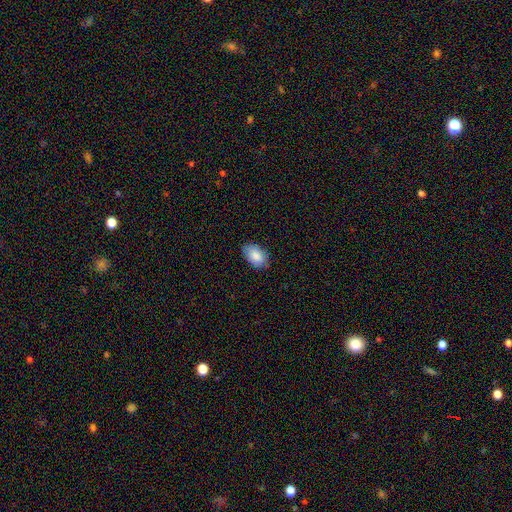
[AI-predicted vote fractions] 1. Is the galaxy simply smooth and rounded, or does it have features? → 85% smooth, 8% featured or disk, 7% star or artifact.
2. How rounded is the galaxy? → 91% in between, 8% round, 1% cigar-shaped.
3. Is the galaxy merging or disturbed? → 78% none, 18% minor disturbance, 3% major disturbance, 1% merger.